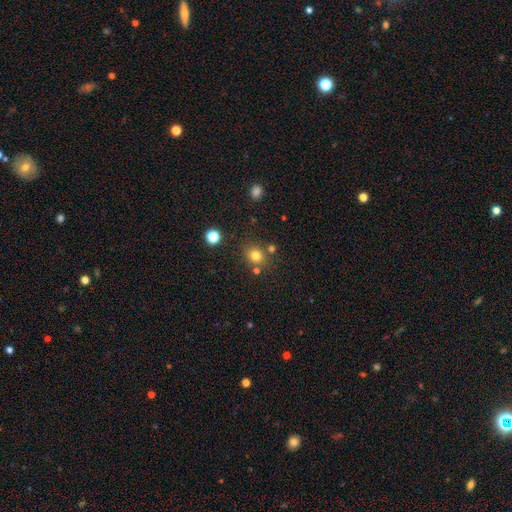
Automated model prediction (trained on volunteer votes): smooth-or-featured: smooth: 78% | star or artifact: 15% | featured or disk: 7%
  how-rounded: round: 79% | in between: 21% | cigar-shaped: 1%
  merging: none: 77% | minor disturbance: 10% | merger: 10% | major disturbance: 3%